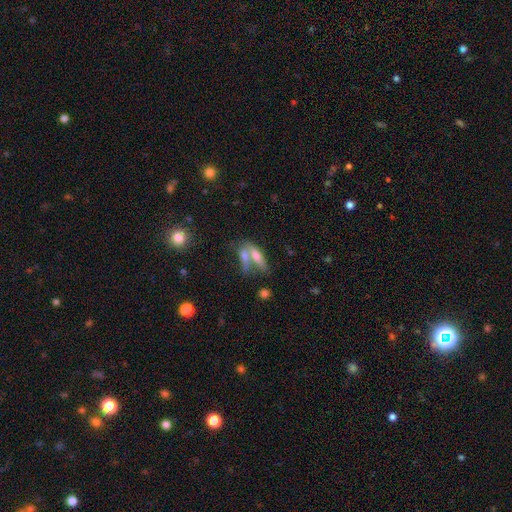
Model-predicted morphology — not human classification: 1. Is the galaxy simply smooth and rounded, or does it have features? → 58% smooth, 32% featured or disk, 10% star or artifact.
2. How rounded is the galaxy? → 49% cigar-shaped, 46% in between, 4% round.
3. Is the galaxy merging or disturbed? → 48% merger, 36% none, 10% minor disturbance, 6% major disturbance.